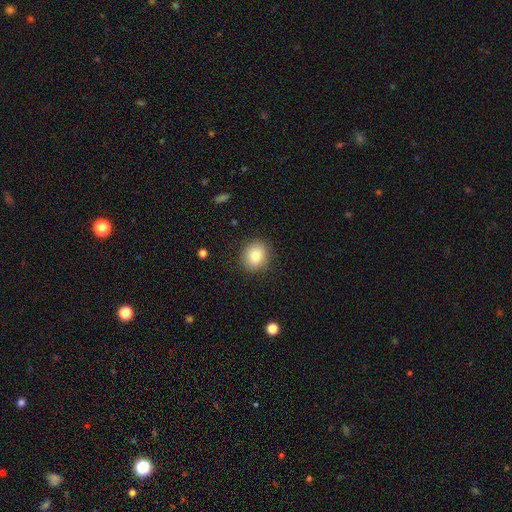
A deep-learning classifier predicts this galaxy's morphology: Q: Smooth or featured?
A: smooth (83%); runner-up: star or artifact (9%)
Q: How rounded?
A: round (77%); runner-up: in between (22%)
Q: Merging?
A: none (89%); runner-up: minor disturbance (8%)